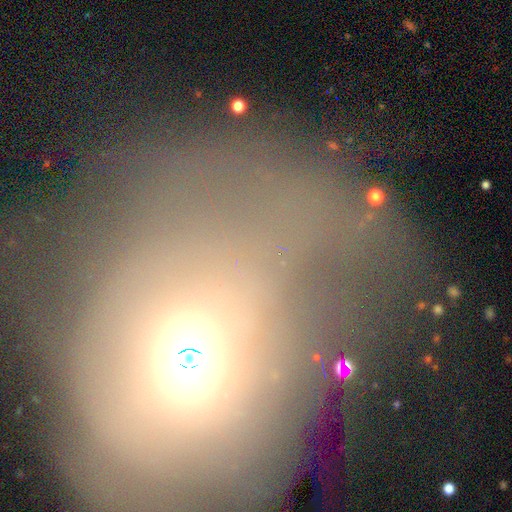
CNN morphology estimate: Smooth or featured? smooth (47%)
Merging? major disturbance (43%)